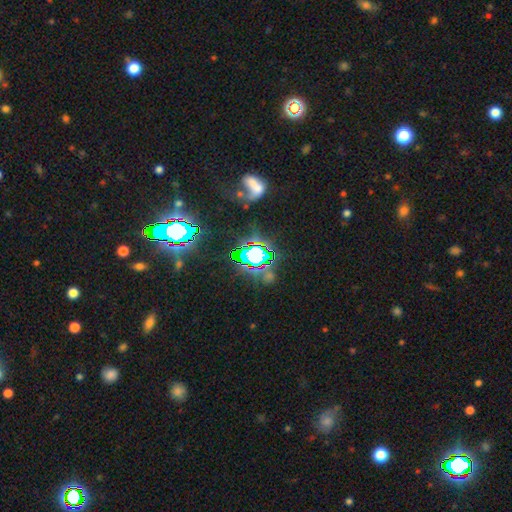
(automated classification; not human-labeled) Smooth or featured? star or artifact (68%)